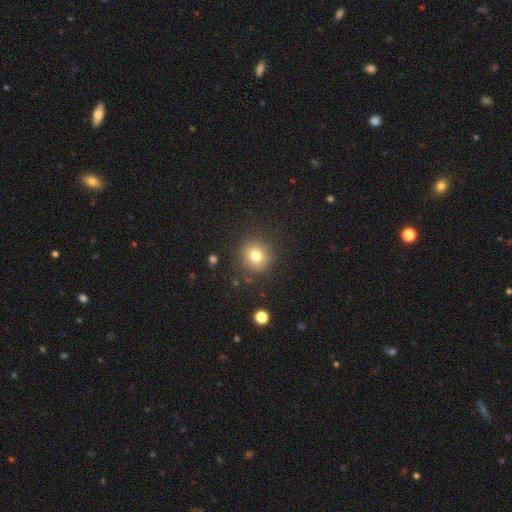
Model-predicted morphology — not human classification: The model was most divided on "smooth or featured": smooth: 78%, star or artifact: 12%, featured or disk: 10%. More confident: how rounded — round (90%); merging — none (87%).